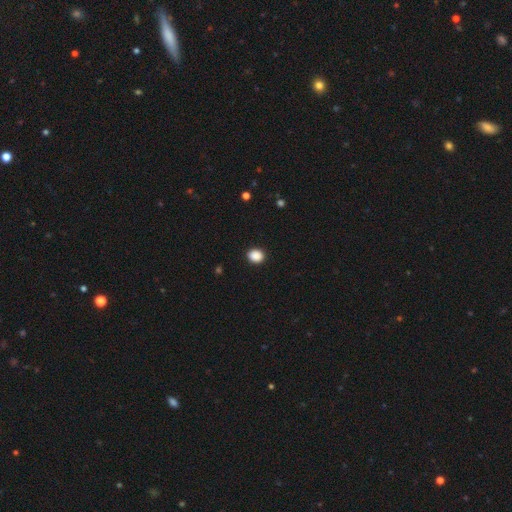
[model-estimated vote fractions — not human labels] smooth_or_featured: smooth (p=0.89) [alt: star or artifact p=0.09]
how_rounded: round (p=0.65) [alt: in between p=0.34]
merging: none (p=0.91) [alt: minor disturbance p=0.06]